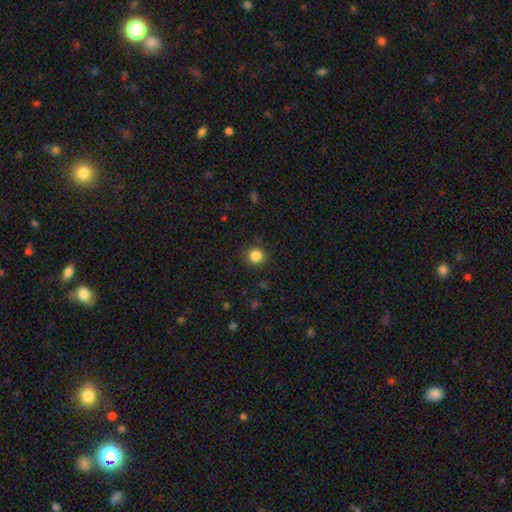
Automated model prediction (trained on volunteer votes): Morphology: type=smooth (85%); roundness=round (92%); merging=none (90%).